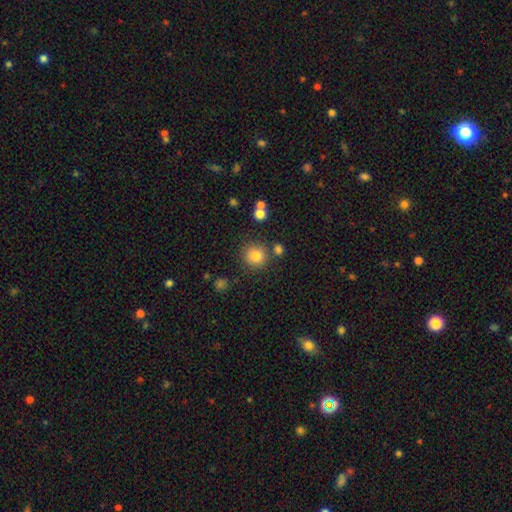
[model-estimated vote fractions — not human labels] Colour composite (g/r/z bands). It shows a smooth galaxy with no disk features (81%) that is round (92%). Merging: none (81%).